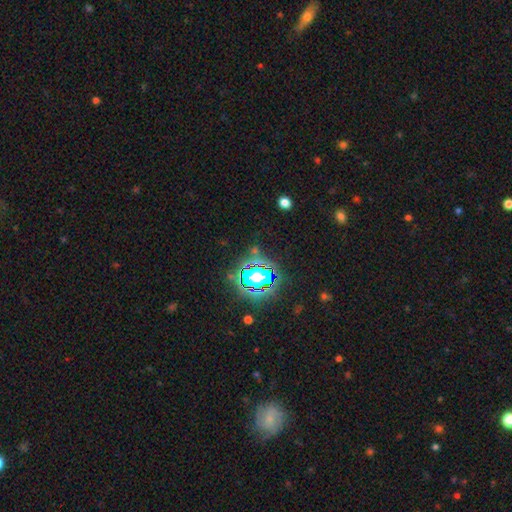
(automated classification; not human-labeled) Smooth or featured?
  - star or artifact: 66% *
  - smooth: 23%
  - featured or disk: 11%